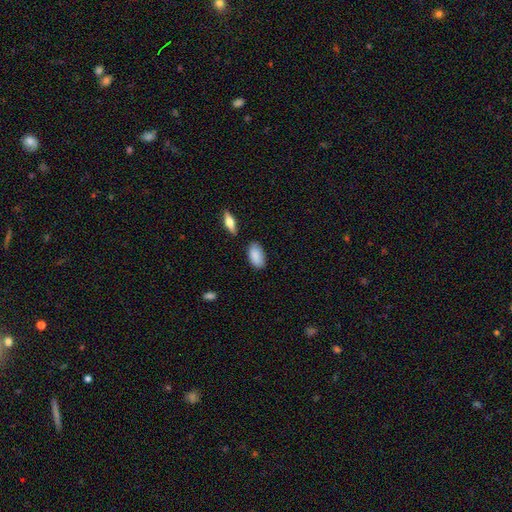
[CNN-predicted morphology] Smooth or featured?
  - smooth: 88% *
  - star or artifact: 6%
  - featured or disk: 6%
How rounded?
  - in between: 93% *
  - cigar-shaped: 5%
  - round: 3%
Merging?
  - none: 79% *
  - minor disturbance: 14%
  - merger: 3%
  - major disturbance: 3%